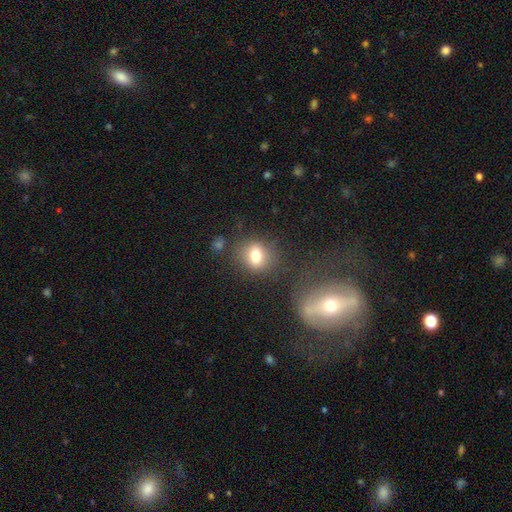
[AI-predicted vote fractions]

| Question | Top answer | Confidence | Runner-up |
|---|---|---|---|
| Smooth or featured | smooth | 74% | featured or disk (14%) |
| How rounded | round | 56% | in between (43%) |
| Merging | none | 74% | minor disturbance (14%) |